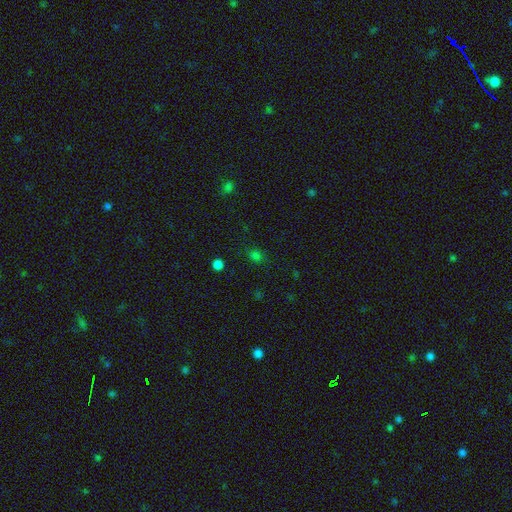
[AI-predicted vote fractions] Morphology: type=smooth (68%); roundness=round (64%); merging=none (78%).